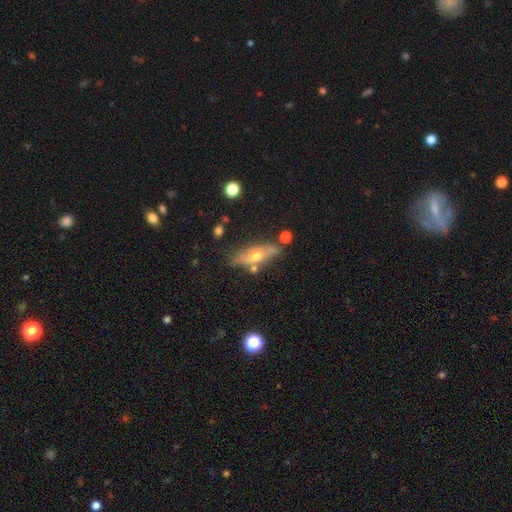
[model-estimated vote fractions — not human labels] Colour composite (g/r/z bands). It shows a featured or disk galaxy (56%) viewed edge-on (74%). Merging: none (71%).